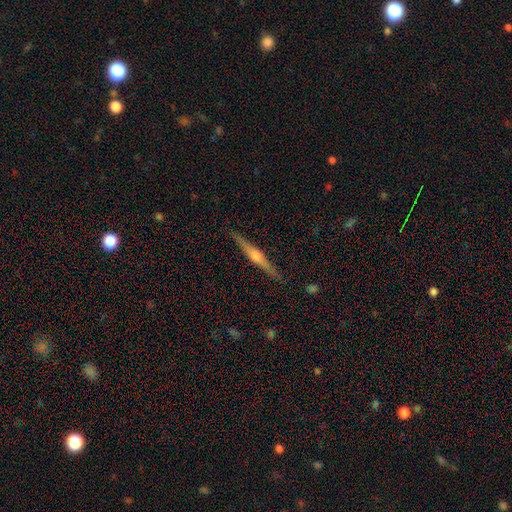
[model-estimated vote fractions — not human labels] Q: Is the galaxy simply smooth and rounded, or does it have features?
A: featured or disk — 79%.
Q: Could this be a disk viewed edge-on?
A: yes — 98%.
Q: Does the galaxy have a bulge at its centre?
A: rounded — 85%.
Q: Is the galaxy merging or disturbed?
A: none — 91%.